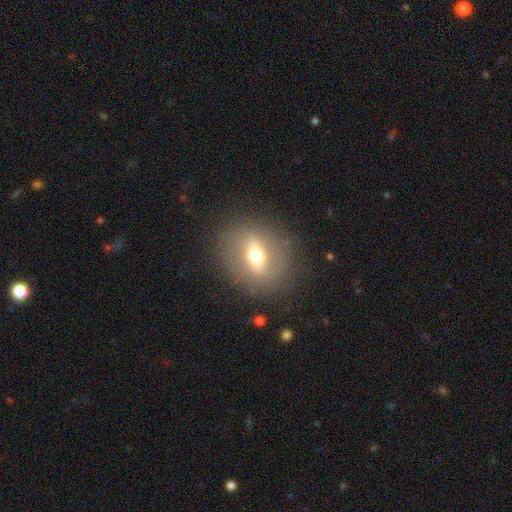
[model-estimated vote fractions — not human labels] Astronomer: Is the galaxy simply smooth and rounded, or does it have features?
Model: featured or disk — 50% (runner-up: smooth, 40%).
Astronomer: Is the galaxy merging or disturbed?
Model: none — 84%.